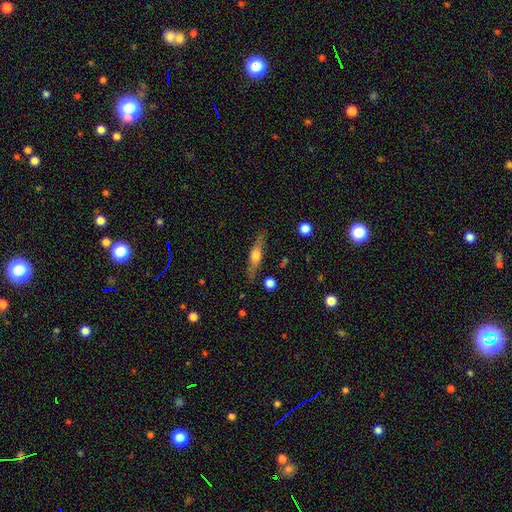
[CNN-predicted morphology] featured or disk 57%, smooth 37%, star or artifact 6%. Down the decision tree: edge-on disk — yes (92%); edge-on bulge — rounded (90%); merging — none (83%).